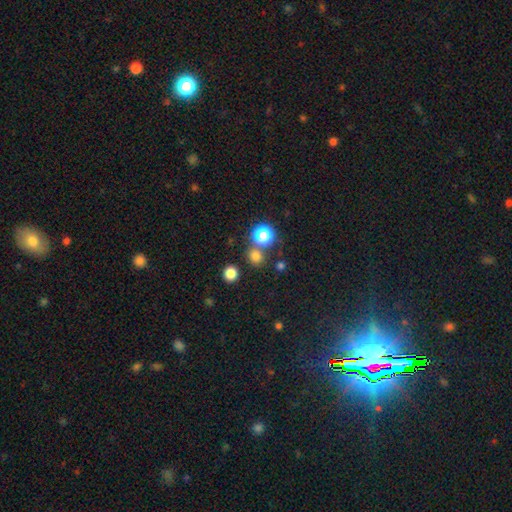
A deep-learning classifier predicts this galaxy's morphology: smooth_or_featured: smooth (p=0.72) [alt: star or artifact p=0.23]
how_rounded: round (p=0.86) [alt: in between p=0.13]
merging: none (p=0.75) [alt: merger p=0.15]